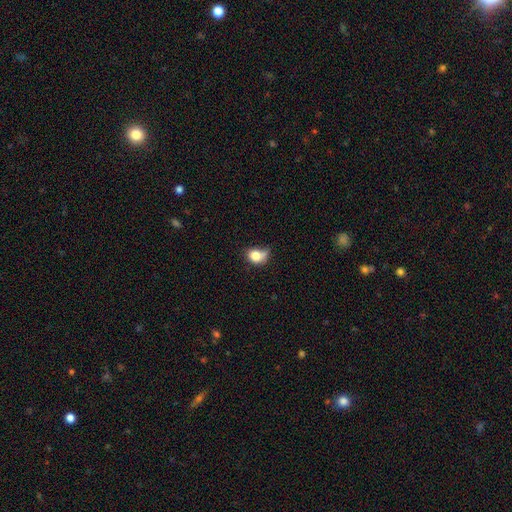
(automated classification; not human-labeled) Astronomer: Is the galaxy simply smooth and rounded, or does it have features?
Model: smooth — 79%.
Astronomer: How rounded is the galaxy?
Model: in between — 52% (runner-up: round, 47%).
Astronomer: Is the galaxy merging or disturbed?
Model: minor disturbance — 37% (runner-up: none, 32%).